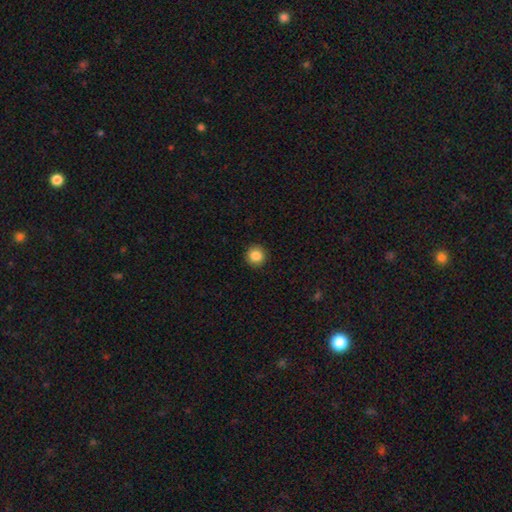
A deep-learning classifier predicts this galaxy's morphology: Q: Smooth or featured?
A: smooth (87%); runner-up: star or artifact (10%)
Q: How rounded?
A: round (93%); runner-up: in between (6%)
Q: Merging?
A: none (91%); runner-up: minor disturbance (6%)